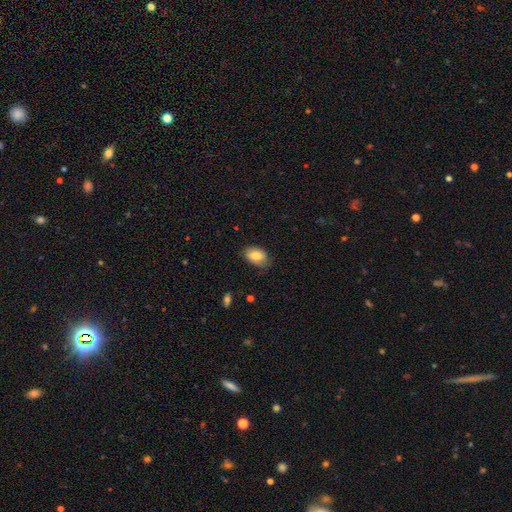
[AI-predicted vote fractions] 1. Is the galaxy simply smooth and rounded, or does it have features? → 79% smooth, 14% featured or disk, 7% star or artifact.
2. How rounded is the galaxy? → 87% in between, 12% round, 1% cigar-shaped.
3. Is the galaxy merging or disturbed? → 72% none, 23% minor disturbance, 4% major disturbance, 1% merger.